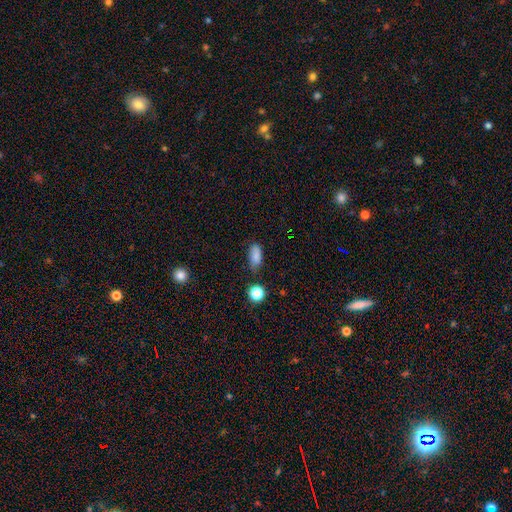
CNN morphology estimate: smooth-or-featured: smooth: 84% | star or artifact: 10% | featured or disk: 5%
  how-rounded: in between: 85% | cigar-shaped: 9% | round: 6%
  merging: none: 72% | minor disturbance: 21% | major disturbance: 4% | merger: 3%